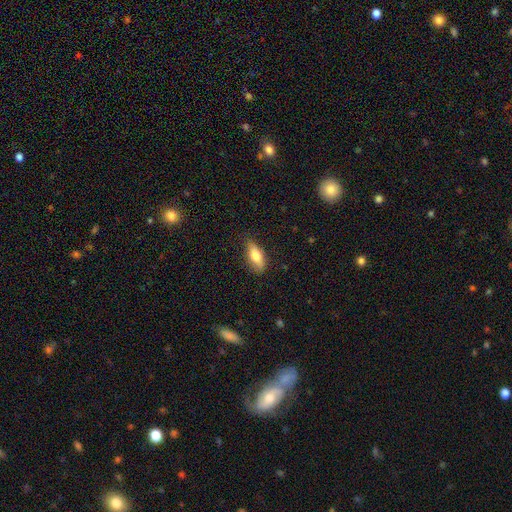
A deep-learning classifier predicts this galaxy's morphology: Q: Smooth or featured?
A: smooth (73%); runner-up: featured or disk (21%)
Q: How rounded?
A: in between (74%); runner-up: cigar-shaped (23%)
Q: Merging?
A: none (79%); runner-up: minor disturbance (17%)